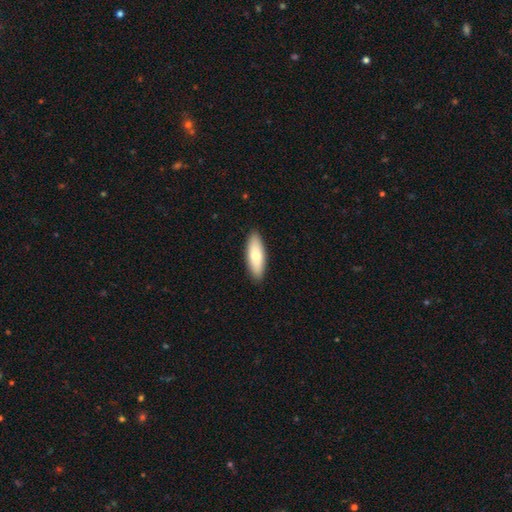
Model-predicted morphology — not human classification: A smooth galaxy with no disk features (74%) that is in between round and cigar-shaped (62%). Merging: none (90%).